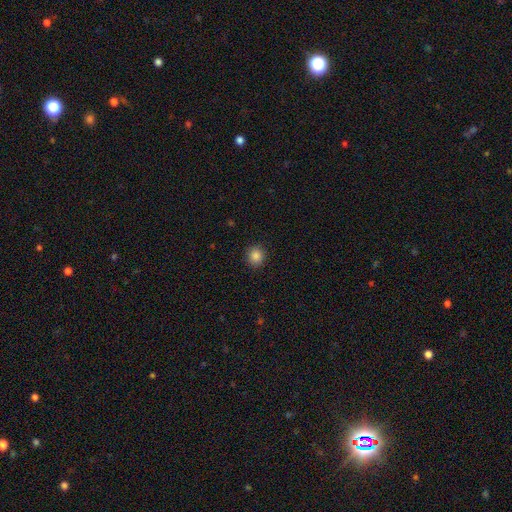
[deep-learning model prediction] Q: Smooth or featured?
A: smooth (85%); runner-up: star or artifact (11%)
Q: How rounded?
A: round (88%); runner-up: in between (11%)
Q: Merging?
A: none (91%); runner-up: minor disturbance (6%)